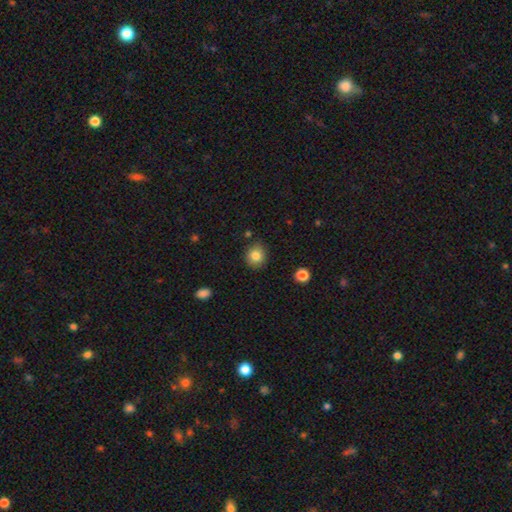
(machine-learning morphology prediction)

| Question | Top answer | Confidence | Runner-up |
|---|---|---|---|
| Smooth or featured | smooth | 83% | star or artifact (10%) |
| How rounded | round | 83% | in between (16%) |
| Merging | none | 86% | minor disturbance (10%) |